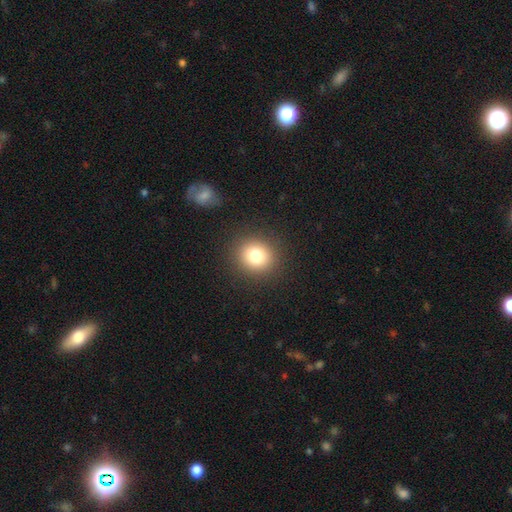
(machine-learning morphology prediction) Smooth or featured? smooth (79%)
How rounded? round (87%)
Merging? none (90%)